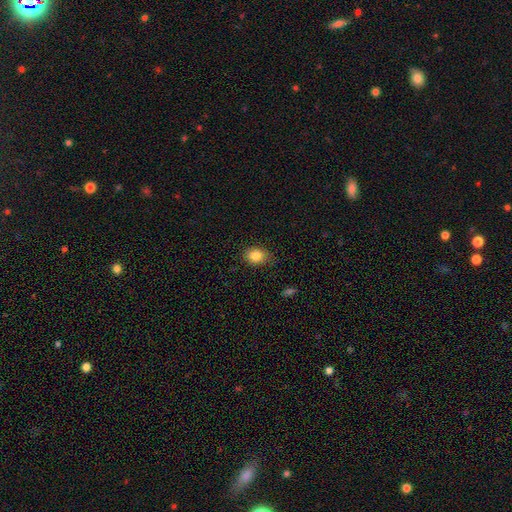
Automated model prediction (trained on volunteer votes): A smooth galaxy with no disk features (85%) that is in between round and cigar-shaped (54%). Merging: none (79%).